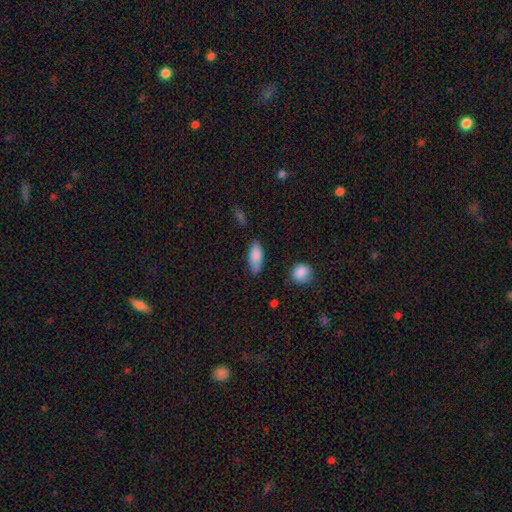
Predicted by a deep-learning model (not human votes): This is clearly a smooth galaxy (84%). How rounded: likely in between (79%). Merging: likely none (76%).